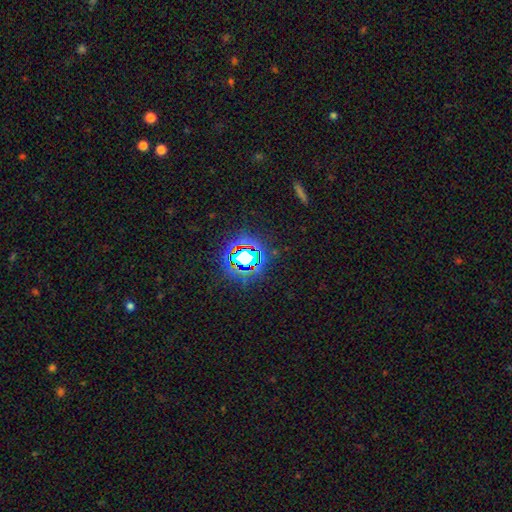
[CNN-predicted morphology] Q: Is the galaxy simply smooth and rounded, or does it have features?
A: star or artifact — 81%.